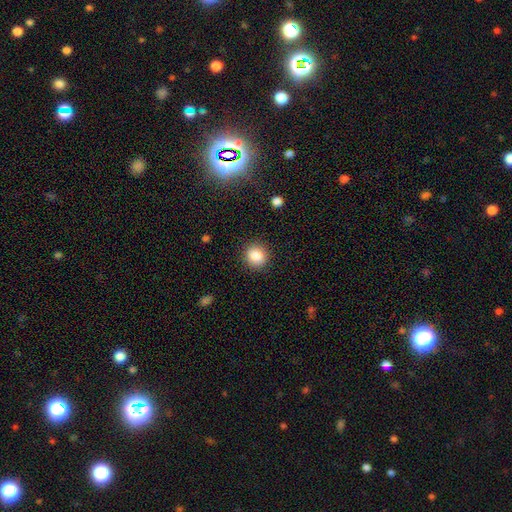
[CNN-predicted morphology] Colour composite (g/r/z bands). It shows a smooth galaxy with no disk features (86%) that is round (84%). Merging: none (89%).